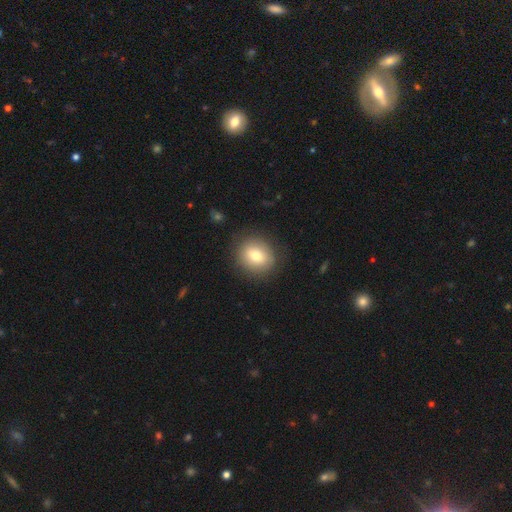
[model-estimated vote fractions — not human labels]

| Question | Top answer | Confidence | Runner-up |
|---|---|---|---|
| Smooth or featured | smooth | 76% | featured or disk (15%) |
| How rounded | round | 77% | in between (22%) |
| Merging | none | 85% | minor disturbance (10%) |